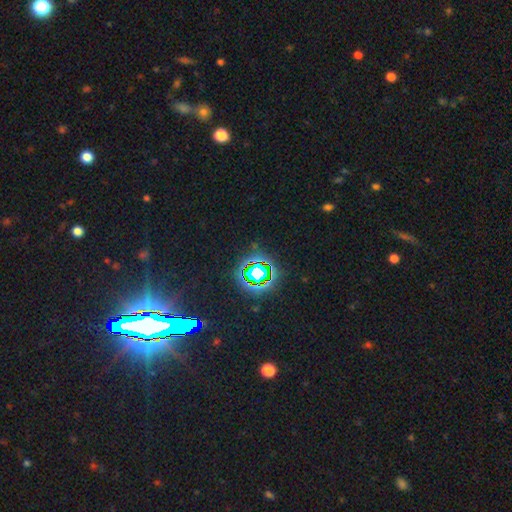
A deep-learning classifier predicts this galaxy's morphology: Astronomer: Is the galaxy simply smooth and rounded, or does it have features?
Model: star or artifact — 81%.